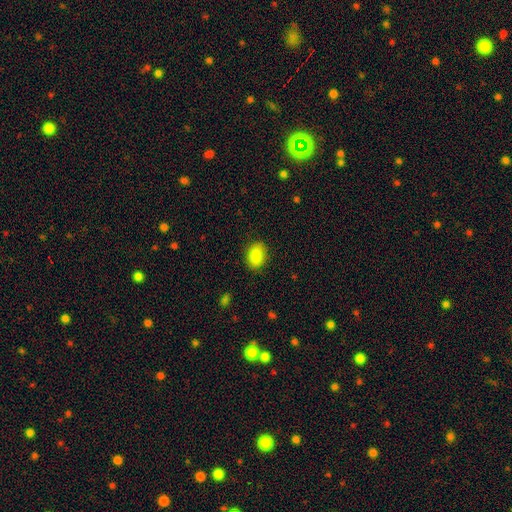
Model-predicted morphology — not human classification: Smooth or featured: smooth — 88% (star or artifact — 8%)
How rounded: in between — 72% (round — 26%)
Merging: none — 85% (minor disturbance — 11%)